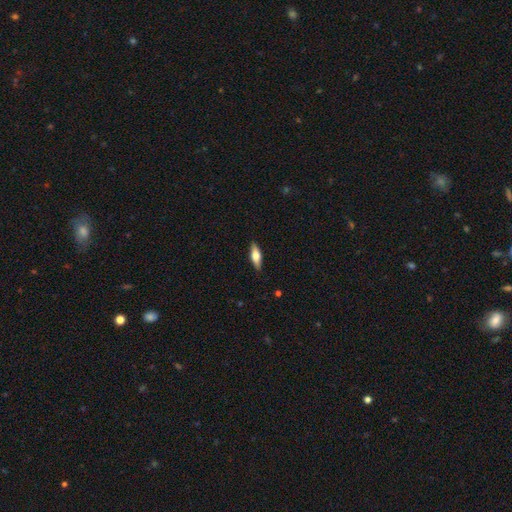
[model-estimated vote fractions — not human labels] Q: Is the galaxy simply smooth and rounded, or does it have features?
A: smooth — 61%.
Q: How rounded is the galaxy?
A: in between — 59%.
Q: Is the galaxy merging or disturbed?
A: none — 86%.